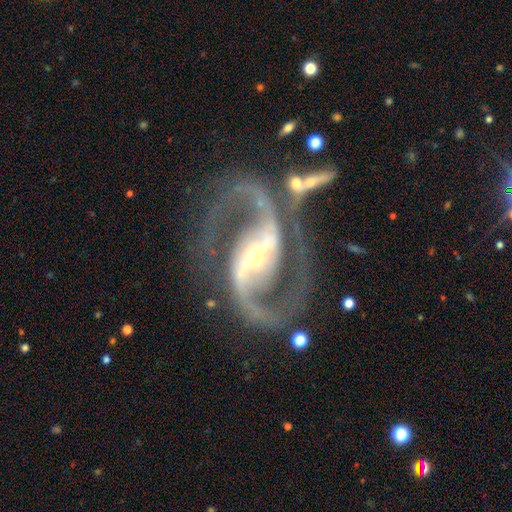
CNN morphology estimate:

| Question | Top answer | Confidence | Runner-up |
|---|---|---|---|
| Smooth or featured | featured or disk | 93% | star or artifact (5%) |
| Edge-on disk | no | 97% | yes (3%) |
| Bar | strong | 59% | weak (28%) |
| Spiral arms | yes | 98% | no (2%) |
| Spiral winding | medium | 64% | loose (22%) |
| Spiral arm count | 2 | 94% | 3 (1%) |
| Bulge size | moderate | 51% | small (42%) |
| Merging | none | 71% | minor disturbance (14%) |